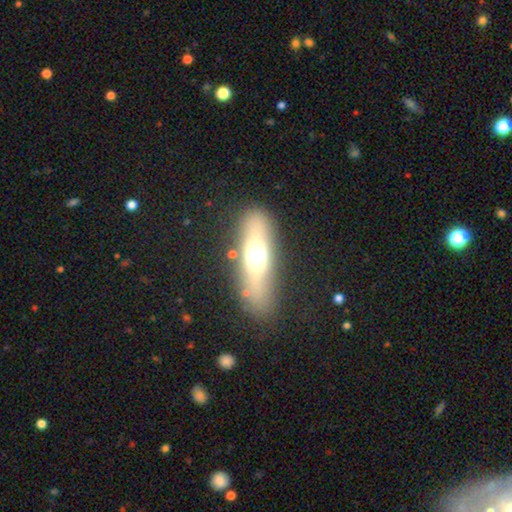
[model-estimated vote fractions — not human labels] Overall: smooth (52%; featured or disk 37%). How rounded: in between (49%; cigar-shaped 45%). Merging: none (81%).